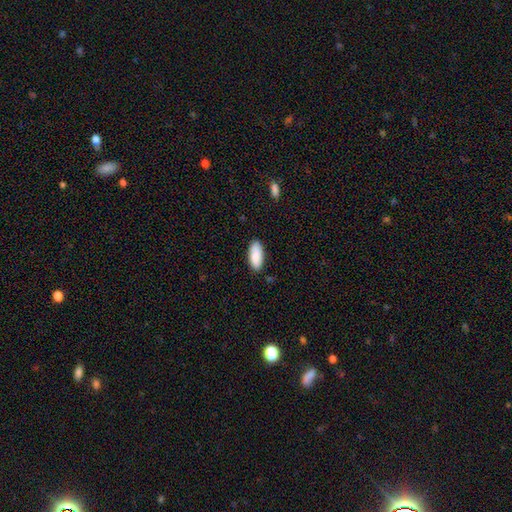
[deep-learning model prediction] This is clearly a smooth galaxy (88%). How rounded: clearly in between (85%). Merging: clearly none (85%).